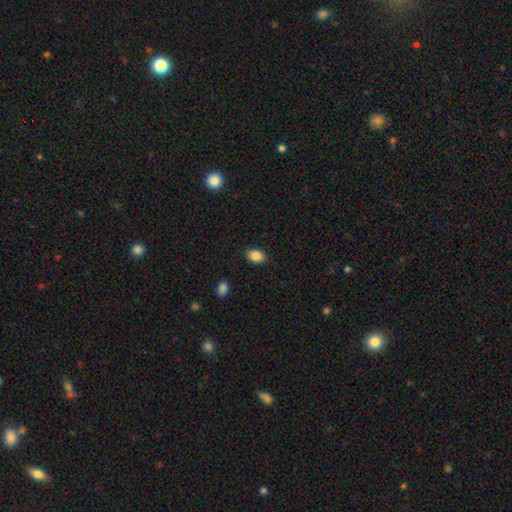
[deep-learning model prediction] This is clearly a smooth galaxy (87%). How rounded: clearly in between (84%). Merging: clearly none (88%).